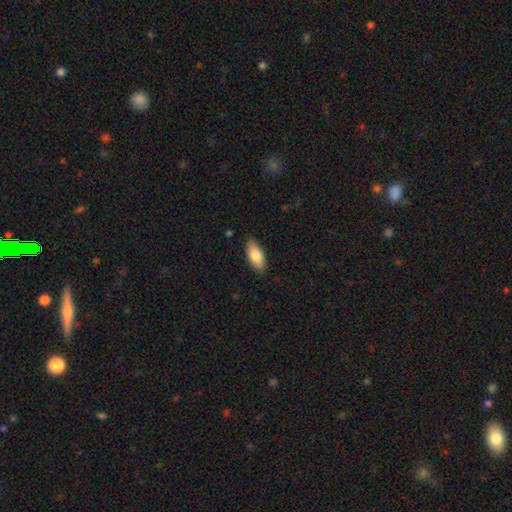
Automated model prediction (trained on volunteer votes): Q: Smooth or featured?
A: smooth (80%); runner-up: featured or disk (14%)
Q: How rounded?
A: in between (86%); runner-up: cigar-shaped (12%)
Q: Merging?
A: none (86%); runner-up: minor disturbance (11%)